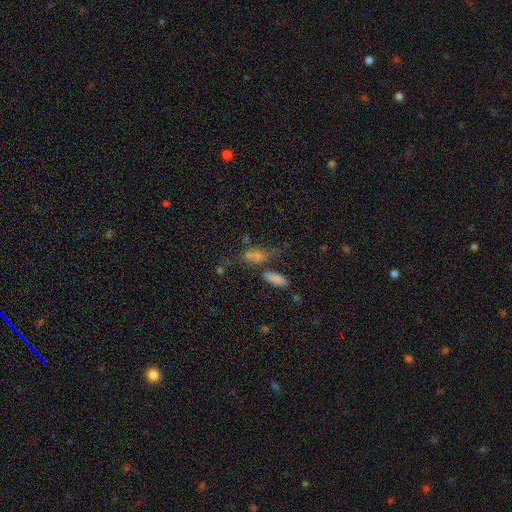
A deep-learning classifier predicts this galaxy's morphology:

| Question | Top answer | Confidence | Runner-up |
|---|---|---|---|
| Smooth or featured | smooth | 60% | featured or disk (21%) |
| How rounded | in between | 65% | cigar-shaped (25%) |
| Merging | none | 37% | merger (32%) |